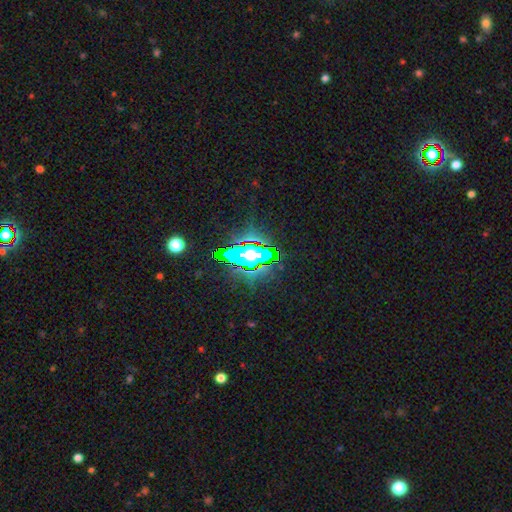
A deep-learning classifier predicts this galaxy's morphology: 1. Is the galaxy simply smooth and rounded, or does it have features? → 56% star or artifact, 25% smooth, 19% featured or disk.